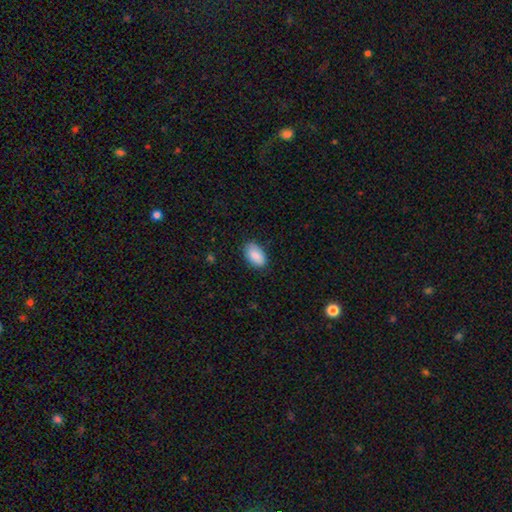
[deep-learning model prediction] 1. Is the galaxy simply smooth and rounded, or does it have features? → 88% smooth, 6% star or artifact, 5% featured or disk.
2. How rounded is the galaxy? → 93% in between, 6% round, 1% cigar-shaped.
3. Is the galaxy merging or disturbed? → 82% none, 14% minor disturbance, 3% major disturbance, 1% merger.